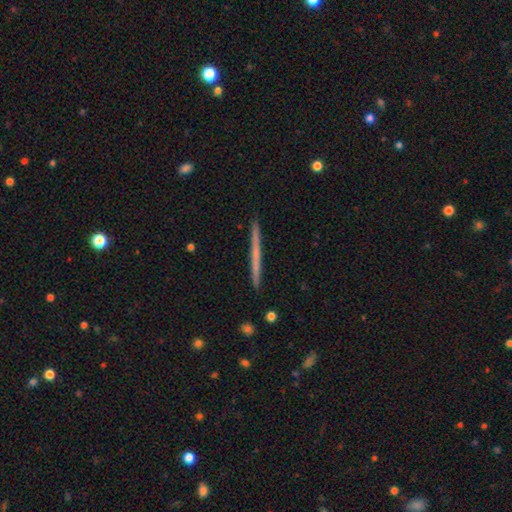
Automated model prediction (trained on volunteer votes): Smooth or featured: featured or disk — 48% (smooth — 46%)
Merging: none — 93% (minor disturbance — 5%)